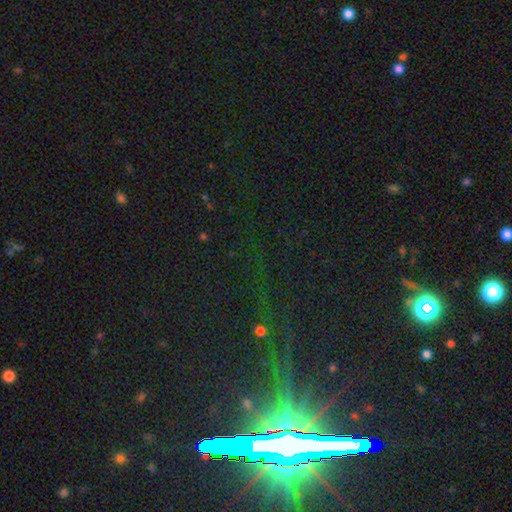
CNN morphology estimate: The model was most divided on "smooth or featured": star or artifact: 79%, featured or disk: 11%, smooth: 10%.